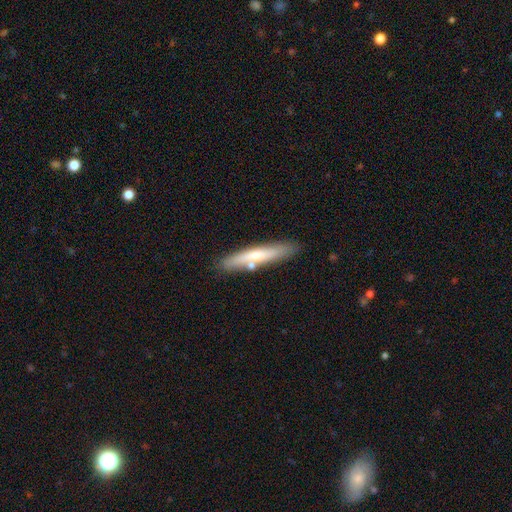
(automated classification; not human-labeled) Q: Smooth or featured?
A: smooth (58%); runner-up: featured or disk (36%)
Q: How rounded?
A: cigar-shaped (90%); runner-up: in between (9%)
Q: Merging?
A: none (78%); runner-up: minor disturbance (12%)